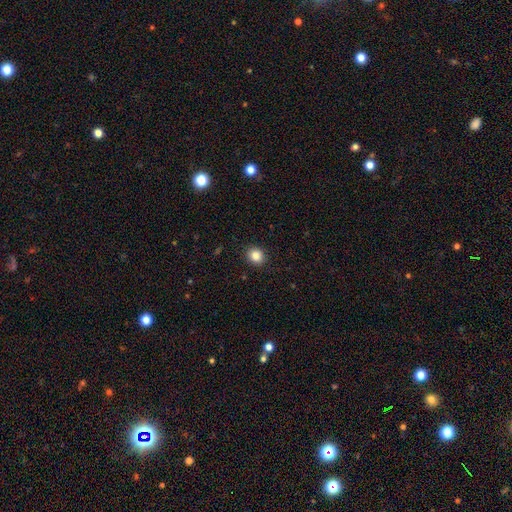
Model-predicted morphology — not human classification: type=smooth (85%); roundness=round (78%); merging=none (91%).